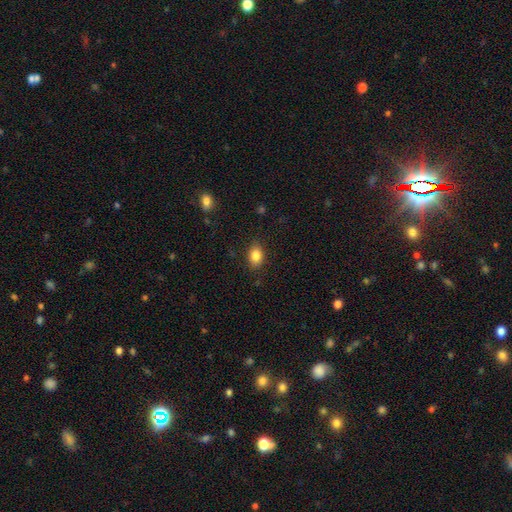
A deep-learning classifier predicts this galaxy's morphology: Smooth or featured? smooth (85%)
How rounded? in between (78%)
Merging? none (85%)